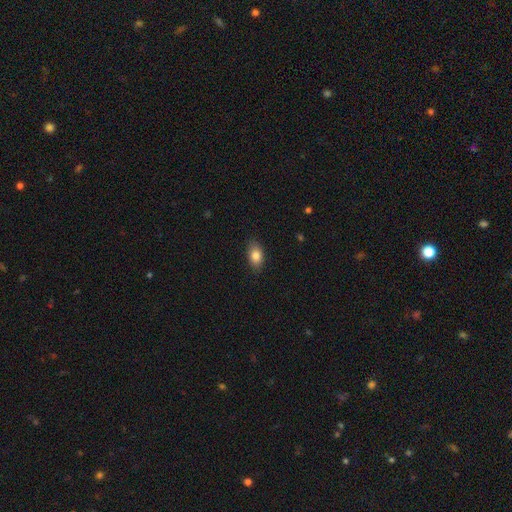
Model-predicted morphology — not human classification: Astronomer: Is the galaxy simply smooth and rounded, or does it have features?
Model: smooth — 82%.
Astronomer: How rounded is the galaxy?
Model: in between — 88%.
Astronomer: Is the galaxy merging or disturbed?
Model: none — 85%.